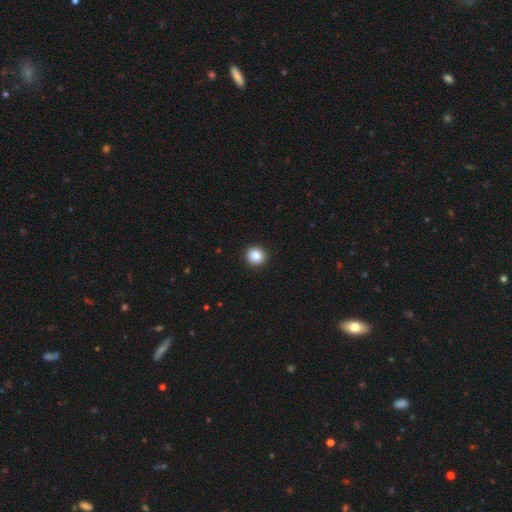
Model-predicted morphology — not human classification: Smooth or featured: smooth — 87% (star or artifact — 9%)
How rounded: round — 91% (in between — 8%)
Merging: none — 92% (minor disturbance — 5%)